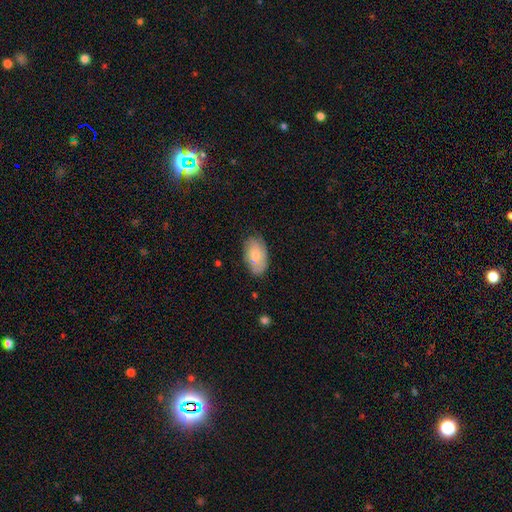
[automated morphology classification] Smooth or featured: smooth — 74% (featured or disk — 20%)
How rounded: in between — 94% (round — 5%)
Merging: none — 72% (minor disturbance — 22%)